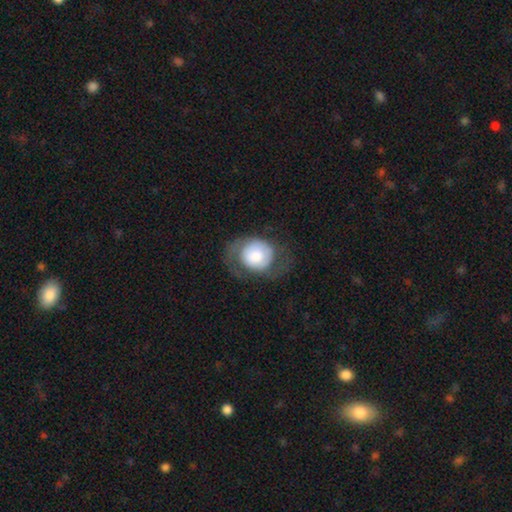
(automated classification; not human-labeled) A smooth galaxy with no disk features (56%) that is round (72%). Merging: none (50%).